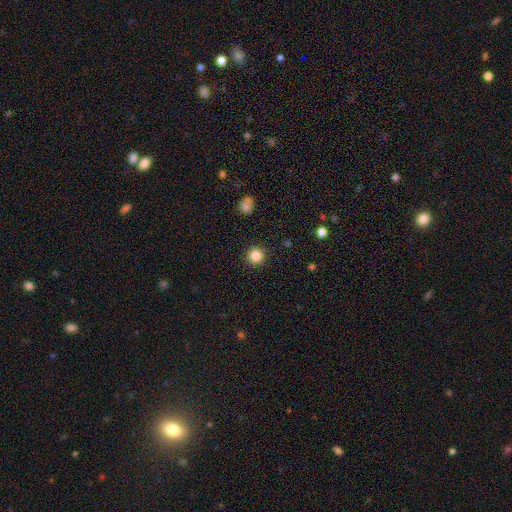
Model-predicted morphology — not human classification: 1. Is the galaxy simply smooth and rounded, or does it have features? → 84% smooth, 11% star or artifact, 4% featured or disk.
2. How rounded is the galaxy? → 95% round, 4% in between, 1% cigar-shaped.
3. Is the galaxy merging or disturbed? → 92% none, 5% minor disturbance, 2% major disturbance, 1% merger.